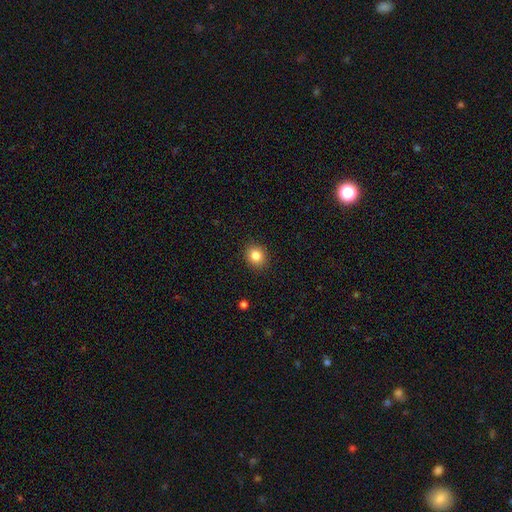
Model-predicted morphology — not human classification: Smooth or featured? Predicted: smooth (p=0.84). How rounded? Predicted: round (p=0.73). Merging? Predicted: none (p=0.90).